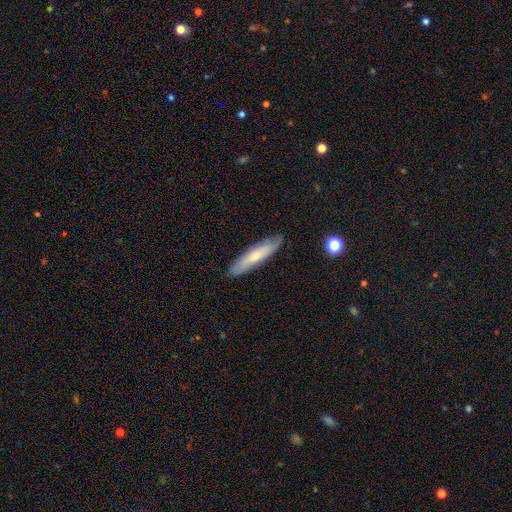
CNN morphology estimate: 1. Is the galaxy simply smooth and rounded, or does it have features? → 57% smooth, 37% featured or disk, 6% star or artifact.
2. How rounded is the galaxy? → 82% cigar-shaped, 17% in between, 1% round.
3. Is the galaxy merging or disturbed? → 85% none, 12% minor disturbance, 2% major disturbance, 1% merger.